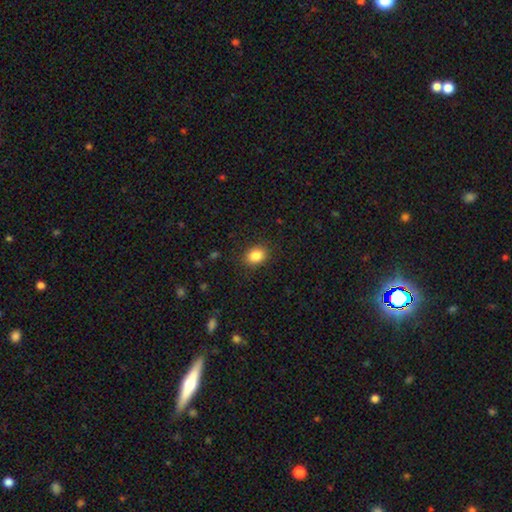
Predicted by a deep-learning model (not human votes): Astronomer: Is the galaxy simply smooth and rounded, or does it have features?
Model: smooth — 85%.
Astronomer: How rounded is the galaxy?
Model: in between — 51% (runner-up: round, 48%).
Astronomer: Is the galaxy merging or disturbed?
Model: none — 87%.